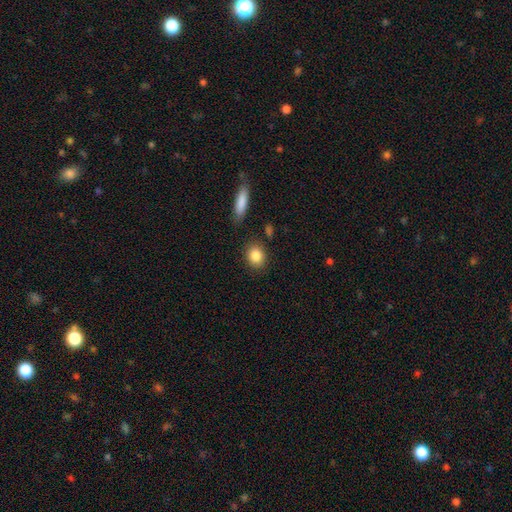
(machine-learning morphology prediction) The model was most divided on "how rounded": round: 61%, in between: 37%, cigar-shaped: 2%. More confident: smooth or featured — smooth (86%); merging — none (84%).